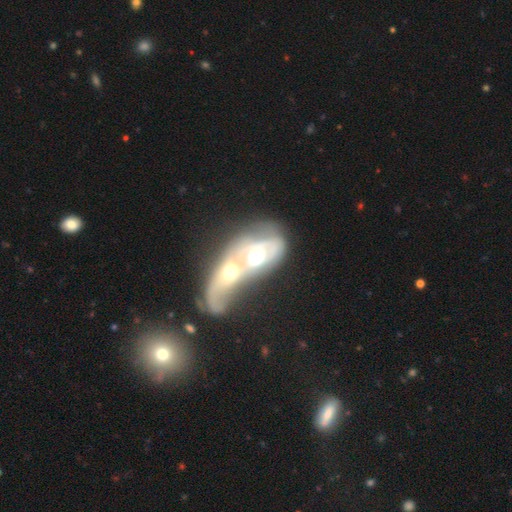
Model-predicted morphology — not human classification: Overall: featured or disk (64%; smooth 28%). Edge-on disk: no (93%). Bar: no (76%). Spiral arms: no (51%; yes 49%). Bulge size: moderate (68%). Merging: merger (84%).